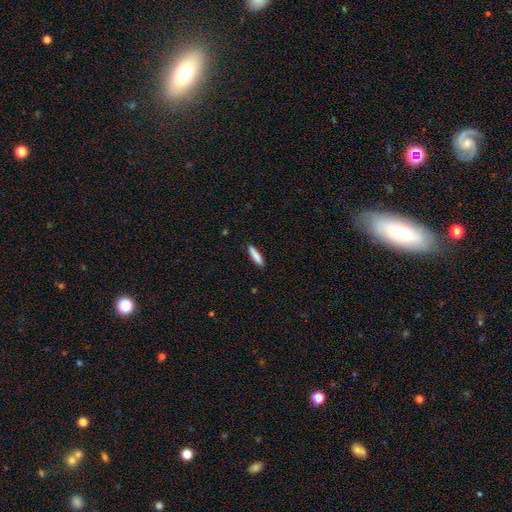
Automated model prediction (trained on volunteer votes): This appears to be a smooth galaxy with no disk features (86%) that is cigar-shaped (79%). Merging: none (87%).